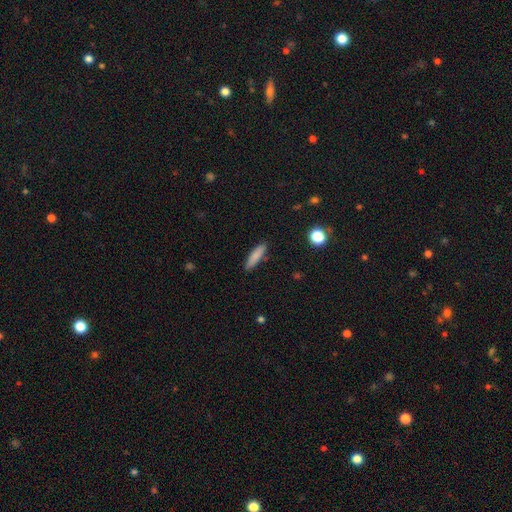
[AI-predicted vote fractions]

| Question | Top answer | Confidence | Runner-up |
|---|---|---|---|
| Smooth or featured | smooth | 84% | featured or disk (9%) |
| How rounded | cigar-shaped | 74% | in between (24%) |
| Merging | none | 87% | minor disturbance (10%) |